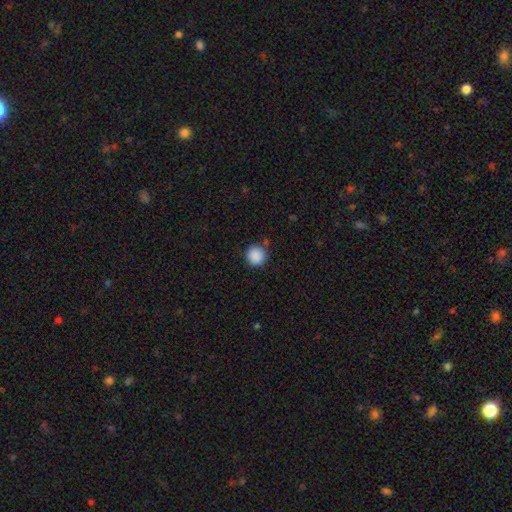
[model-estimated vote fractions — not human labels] smooth 89%, star or artifact 9%, featured or disk 2%. Down the decision tree: how rounded — round (95%); merging — none (87%).